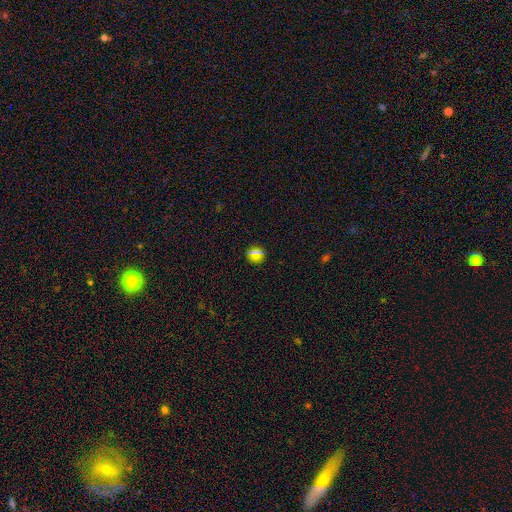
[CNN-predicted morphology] smooth_or_featured: smooth (p=0.60) [alt: star or artifact p=0.31]
how_rounded: round (p=0.79) [alt: in between p=0.17]
merging: none (p=0.87) [alt: minor disturbance p=0.08]